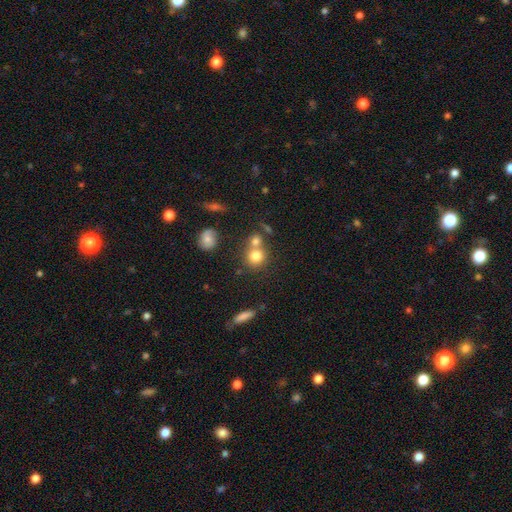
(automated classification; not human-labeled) This is likely a smooth galaxy (77%). How rounded: clearly round (85%). Merging: possibly none (50%).